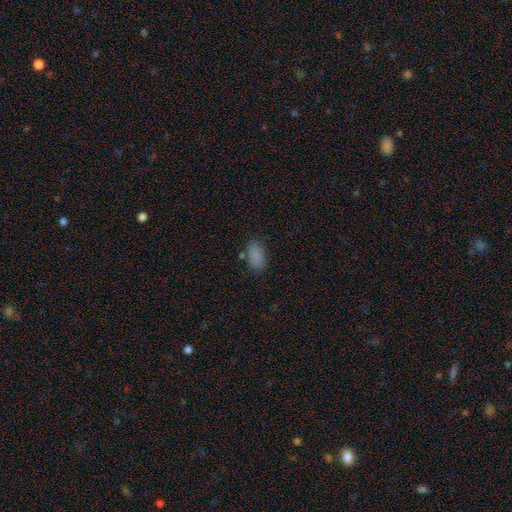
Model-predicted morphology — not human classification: The model was most divided on "merging": none: 77%, minor disturbance: 15%, major disturbance: 4%, merger: 4%. More confident: how rounded — in between (92%); smooth or featured — smooth (84%).